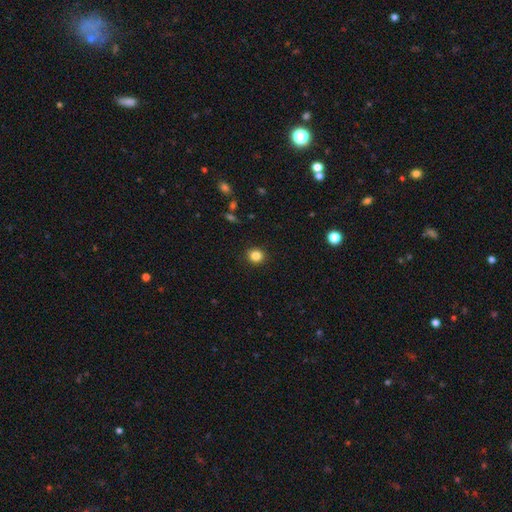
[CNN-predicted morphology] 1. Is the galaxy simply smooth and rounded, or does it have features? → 84% smooth, 11% star or artifact, 5% featured or disk.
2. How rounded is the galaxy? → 84% round, 15% in between, 1% cigar-shaped.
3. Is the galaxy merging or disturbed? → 91% none, 6% minor disturbance, 2% major disturbance, 1% merger.